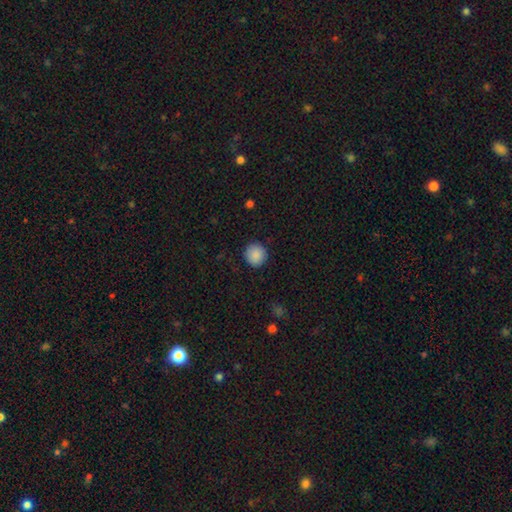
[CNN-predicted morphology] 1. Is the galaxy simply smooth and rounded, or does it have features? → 90% smooth, 8% star or artifact, 3% featured or disk.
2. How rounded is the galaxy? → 93% round, 6% in between, 1% cigar-shaped.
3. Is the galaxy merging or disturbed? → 91% none, 6% minor disturbance, 2% major disturbance, 1% merger.